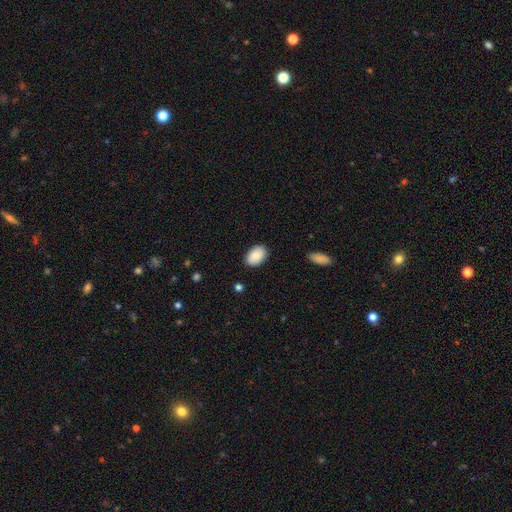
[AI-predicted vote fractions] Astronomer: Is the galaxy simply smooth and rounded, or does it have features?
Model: smooth — 86%.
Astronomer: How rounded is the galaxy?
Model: in between — 89%.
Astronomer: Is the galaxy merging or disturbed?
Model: none — 87%.